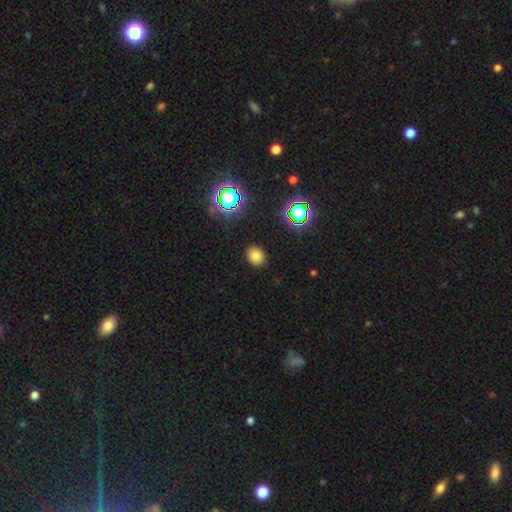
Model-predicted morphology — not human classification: A smooth galaxy with no disk features (77%) that is round (58%). Merging: none (89%).